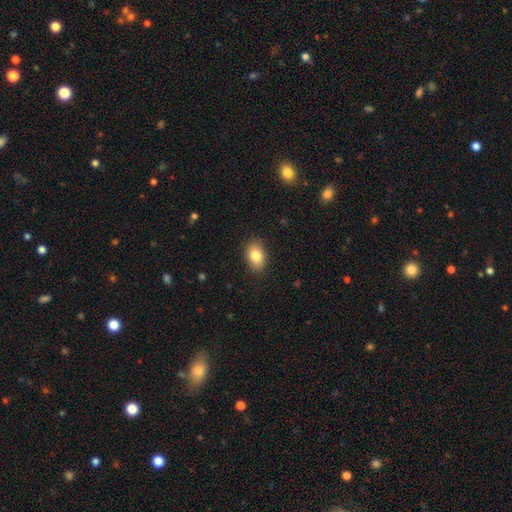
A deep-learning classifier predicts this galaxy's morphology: Overall: smooth (82%). How rounded: in between (85%). Merging: none (87%).